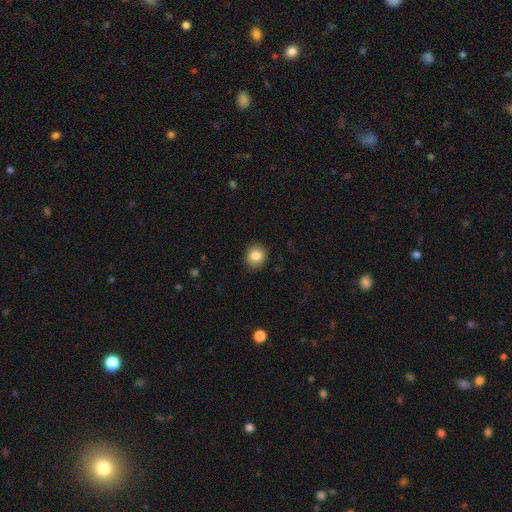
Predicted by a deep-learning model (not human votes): A smooth galaxy with no disk features (84%) that is round (81%). Merging: none (90%).